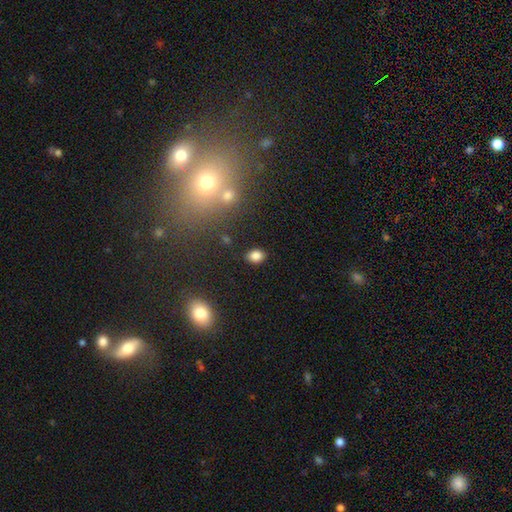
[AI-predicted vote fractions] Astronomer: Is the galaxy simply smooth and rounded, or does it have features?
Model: smooth — 84%.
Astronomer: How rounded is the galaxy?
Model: in between — 71%.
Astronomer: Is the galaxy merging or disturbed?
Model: none — 86%.